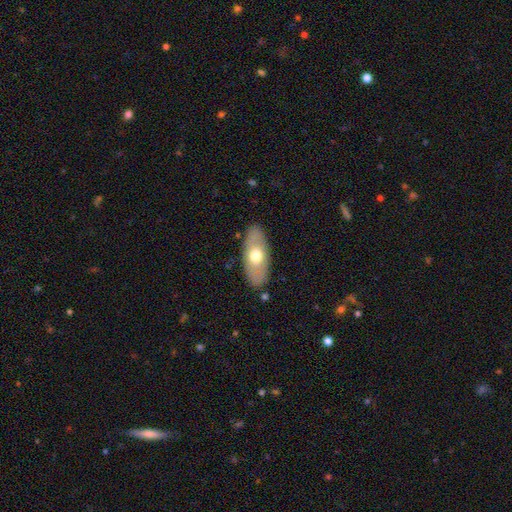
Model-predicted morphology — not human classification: smooth 60%, featured or disk 34%, star or artifact 6%. Down the decision tree: how rounded — in between (84%); merging — none (85%).